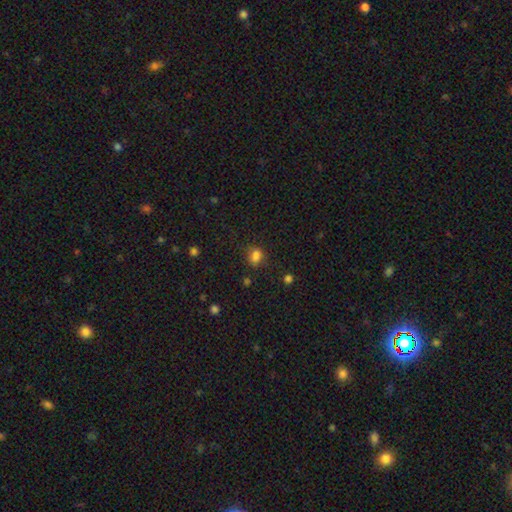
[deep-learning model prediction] The model was most divided on "how rounded": in between: 51%, round: 48%, cigar-shaped: 1%. More confident: smooth or featured — smooth (79%); merging — none (65%).